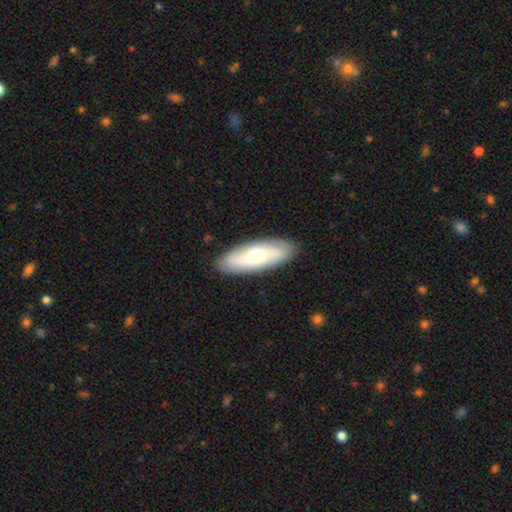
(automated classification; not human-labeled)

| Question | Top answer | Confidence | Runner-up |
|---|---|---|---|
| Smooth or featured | smooth | 57% | featured or disk (37%) |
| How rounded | in between | 56% | cigar-shaped (42%) |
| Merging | none | 89% | minor disturbance (8%) |